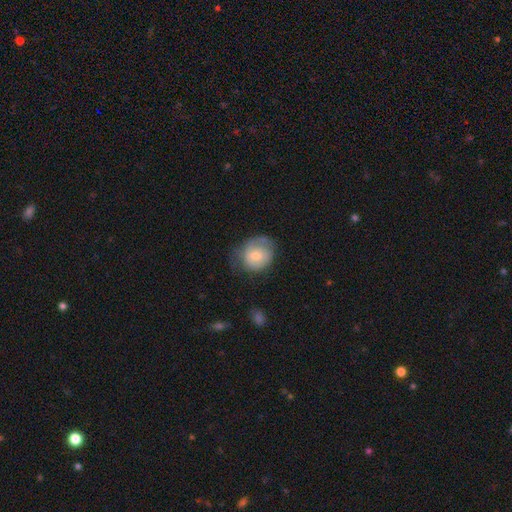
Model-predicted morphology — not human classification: Smooth or featured?
  - smooth: 61% *
  - featured or disk: 32%
  - star or artifact: 7%
How rounded?
  - round: 70% *
  - in between: 29%
  - cigar-shaped: 1%
Merging?
  - none: 51% *
  - minor disturbance: 31%
  - major disturbance: 16%
  - merger: 2%